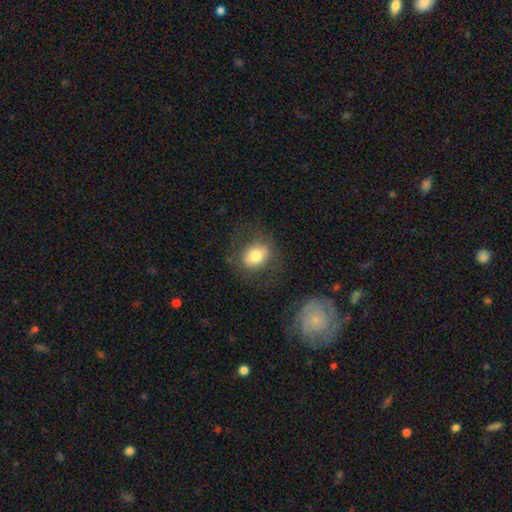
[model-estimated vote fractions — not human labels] smooth 73%, featured or disk 19%, star or artifact 8%. Down the decision tree: how rounded — round (58%); merging — none (74%).